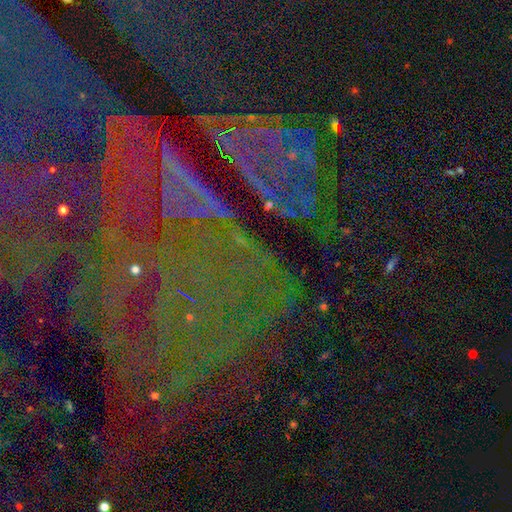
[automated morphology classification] type=star or artifact (83%).